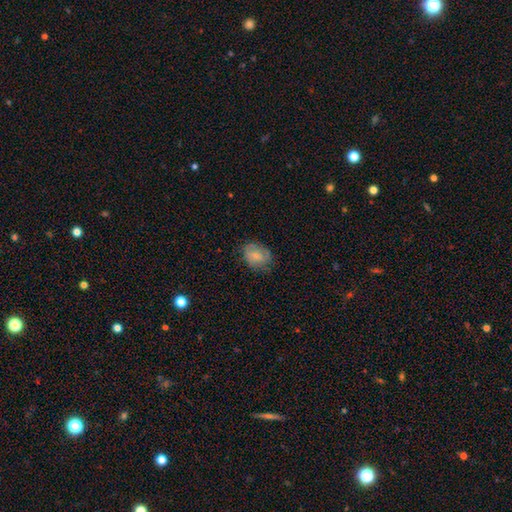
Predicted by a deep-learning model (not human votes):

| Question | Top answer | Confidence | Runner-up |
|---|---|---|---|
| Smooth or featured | smooth | 69% | featured or disk (24%) |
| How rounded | in between | 63% | round (36%) |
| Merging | none | 67% | minor disturbance (24%) |